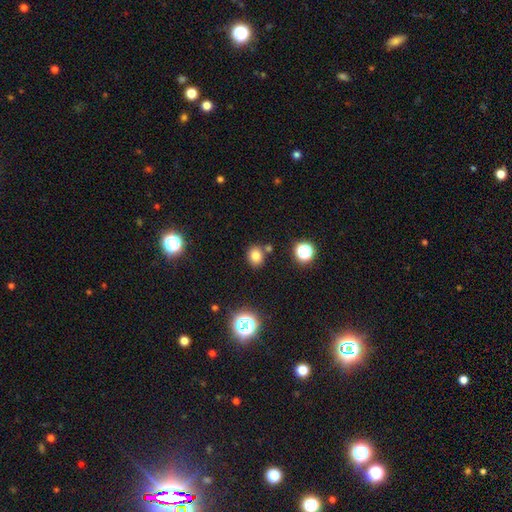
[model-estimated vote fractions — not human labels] Smooth or featured: smooth — 77% (star or artifact — 16%)
How rounded: round — 67% (in between — 32%)
Merging: none — 76% (minor disturbance — 11%)